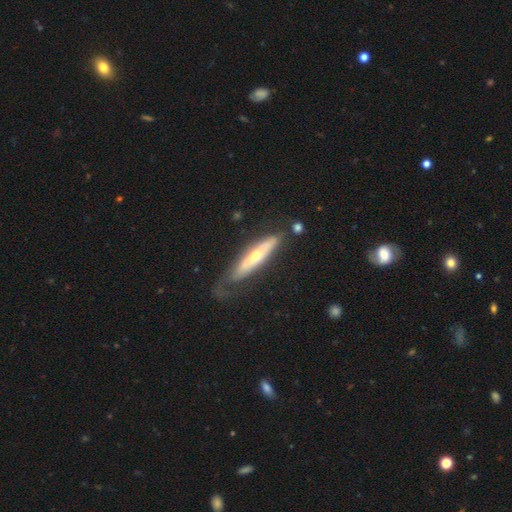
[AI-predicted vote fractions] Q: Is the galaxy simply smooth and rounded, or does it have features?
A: featured or disk — 62%.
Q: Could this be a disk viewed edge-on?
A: yes — 59%.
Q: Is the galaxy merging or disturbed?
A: none — 53%.